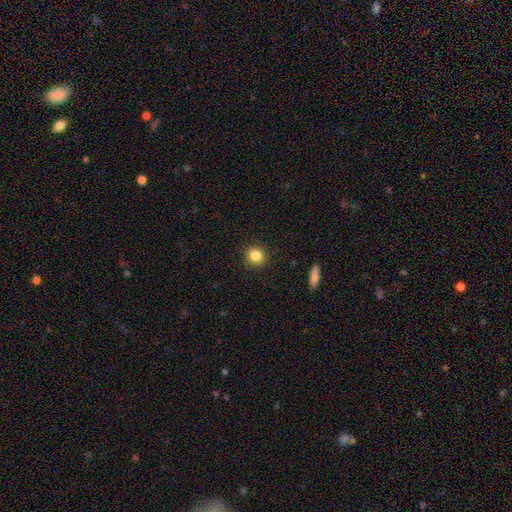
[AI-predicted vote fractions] This is clearly a smooth galaxy (85%). How rounded: clearly round (84%). Merging: clearly none (90%).